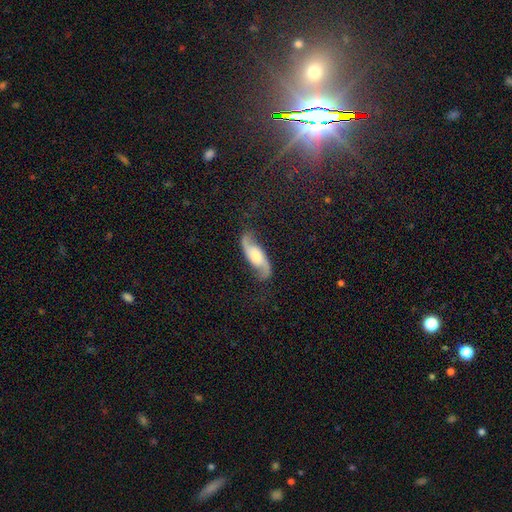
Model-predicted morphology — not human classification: featured or disk 82%, smooth 12%, star or artifact 5%. Down the decision tree: edge-on disk — no (92%); bar — no (61%); spiral arms — yes (96%); spiral arm count — 2 (93%); spiral winding — loose (68%); bulge size — moderate (44%); merging — none (78%).